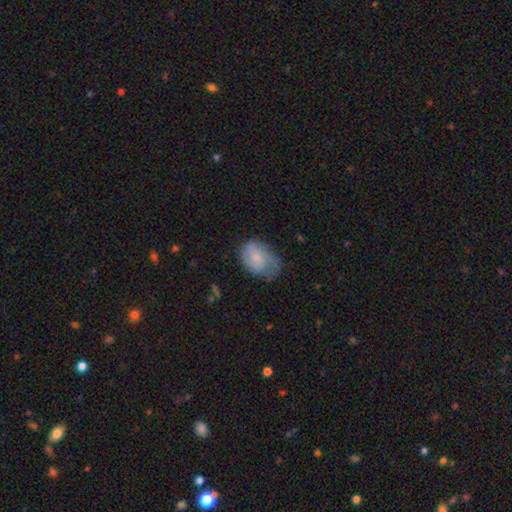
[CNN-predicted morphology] Smooth or featured? Predicted: smooth (p=0.69). How rounded? Predicted: in between (p=0.79). Merging? Predicted: none (p=0.44).